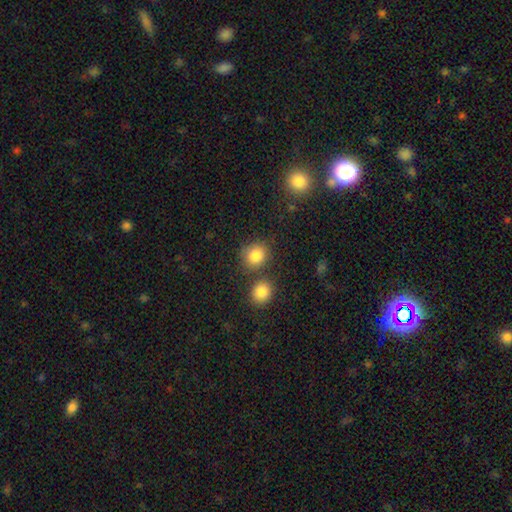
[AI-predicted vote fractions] Smooth or featured? Predicted: smooth (p=0.85). How rounded? Predicted: round (p=0.80). Merging? Predicted: none (p=0.71).